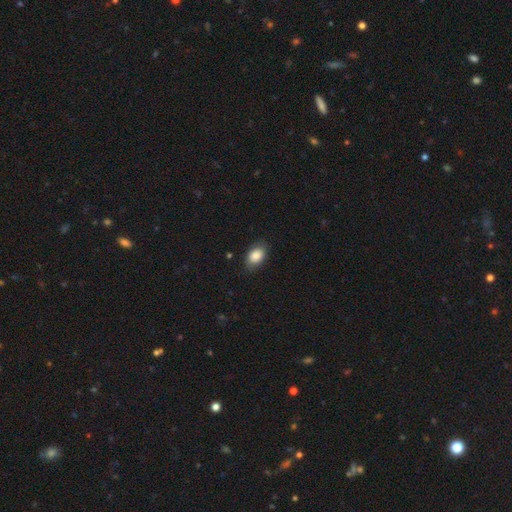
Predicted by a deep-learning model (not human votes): Q: Smooth or featured?
A: smooth (85%); runner-up: featured or disk (8%)
Q: How rounded?
A: in between (85%); runner-up: round (14%)
Q: Merging?
A: none (78%); runner-up: minor disturbance (17%)